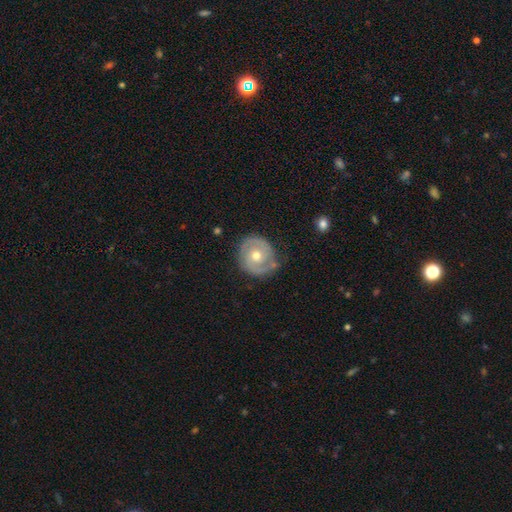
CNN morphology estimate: smooth_or_featured: featured or disk (p=0.80) [alt: smooth p=0.14]
disk_edge_on: no (p=0.98) [alt: yes p=0.02]
bar: no (p=0.72) [alt: weak p=0.23]
has_spiral_arms: yes (p=0.91) [alt: no p=0.09]
spiral_winding: tight (p=0.59) [alt: medium p=0.32]
spiral_arm_count: 2 (p=0.81) [alt: can't tell p=0.08]
bulge_size: moderate (p=0.71) [alt: small p=0.25]
merging: none (p=0.76) [alt: minor disturbance p=0.17]